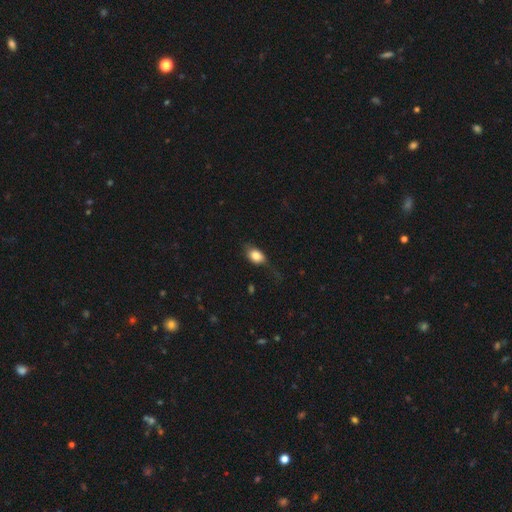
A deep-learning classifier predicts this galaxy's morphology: Smooth or featured? Predicted: smooth (p=0.80). How rounded? Predicted: in between (p=0.77). Merging? Predicted: none (p=0.56).